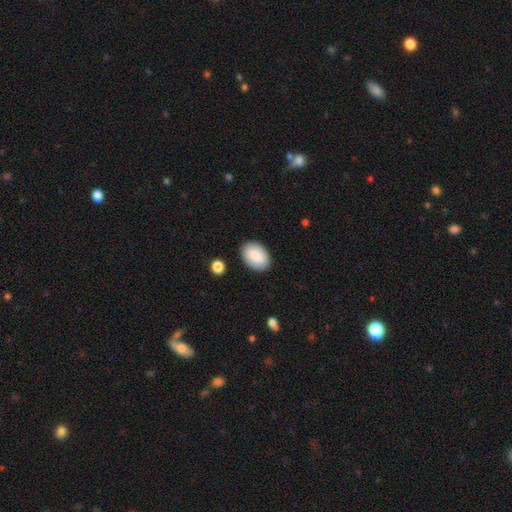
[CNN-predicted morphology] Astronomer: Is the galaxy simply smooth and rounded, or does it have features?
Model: smooth — 85%.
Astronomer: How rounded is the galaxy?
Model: in between — 87%.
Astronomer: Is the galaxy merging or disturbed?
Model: none — 88%.